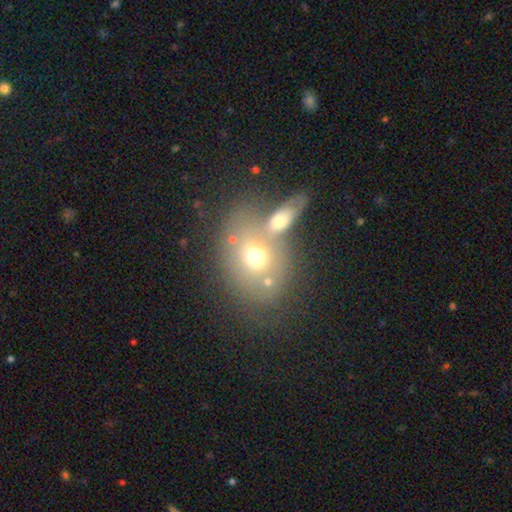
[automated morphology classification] smooth-or-featured: smooth: 62% | featured or disk: 26% | star or artifact: 12%
  how-rounded: in between: 51% | round: 47% | cigar-shaped: 2%
  merging: merger: 45% | none: 37% | minor disturbance: 11% | major disturbance: 7%